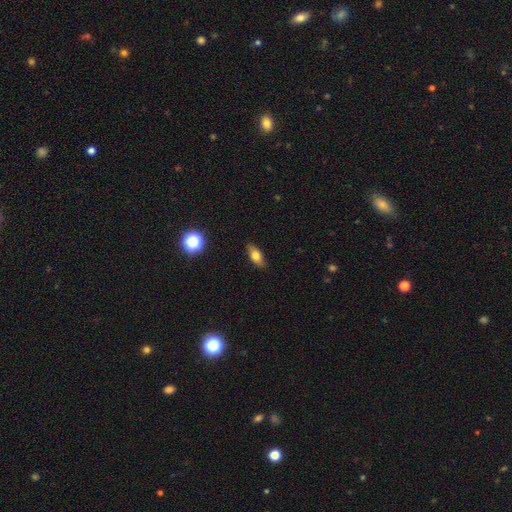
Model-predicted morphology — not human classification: The model was most divided on "smooth or featured": smooth: 73%, featured or disk: 18%, star or artifact: 9%. More confident: merging — none (87%); how rounded — in between (79%).